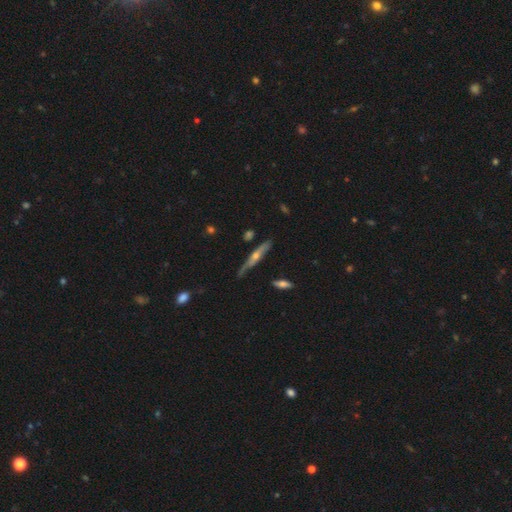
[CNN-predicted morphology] The model was most divided on "smooth or featured": featured or disk: 67%, smooth: 26%, star or artifact: 8%. More confident: edge-on disk — yes (92%); edge-on bulge — rounded (86%); merging — none (74%).